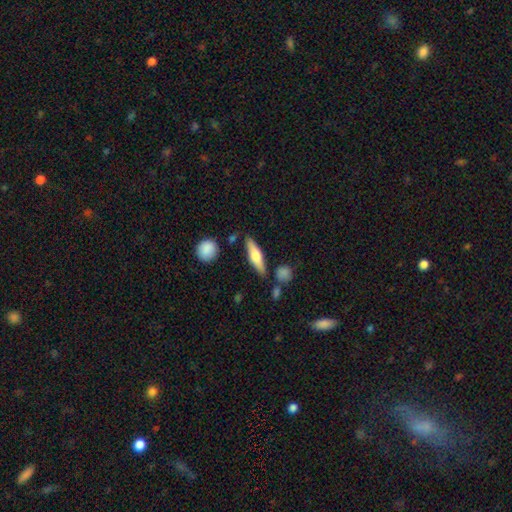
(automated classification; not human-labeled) A smooth galaxy with no disk features (55%) that is cigar-shaped (61%). Merging: none (80%).